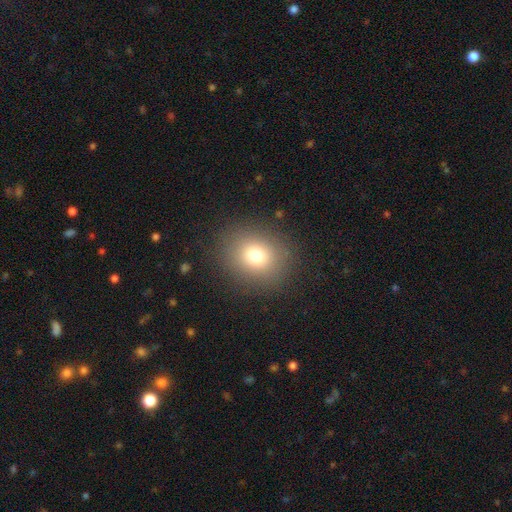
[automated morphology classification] type=smooth (76%); roundness=round (68%); merging=none (87%).